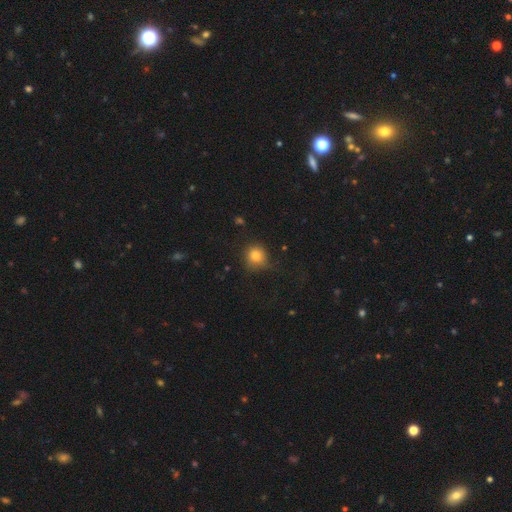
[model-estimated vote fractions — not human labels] The model was most divided on "merging": none: 67%, minor disturbance: 23%, major disturbance: 8%, merger: 2%. More confident: how rounded — round (89%); smooth or featured — smooth (80%).